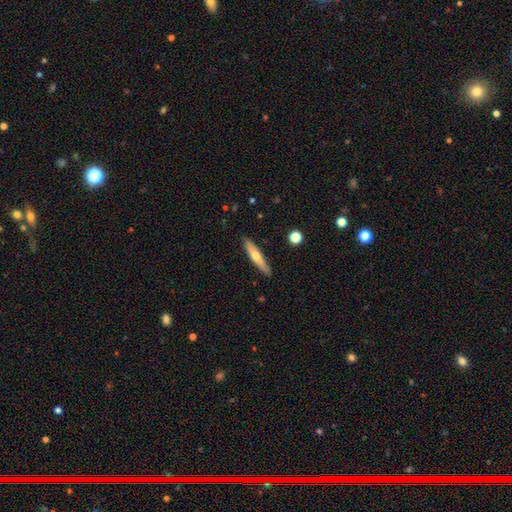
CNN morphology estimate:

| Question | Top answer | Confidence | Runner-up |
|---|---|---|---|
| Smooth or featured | smooth | 55% | featured or disk (39%) |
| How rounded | cigar-shaped | 87% | in between (11%) |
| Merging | none | 88% | minor disturbance (9%) |